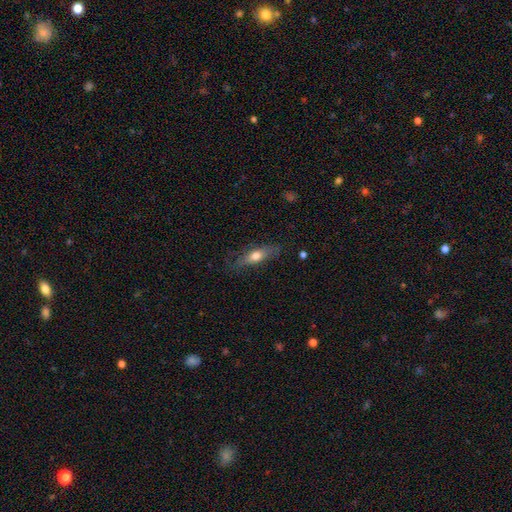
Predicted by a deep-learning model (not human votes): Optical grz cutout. It shows a smooth galaxy with no disk features (62%) that is in between round and cigar-shaped (49%). Merging: none (68%).